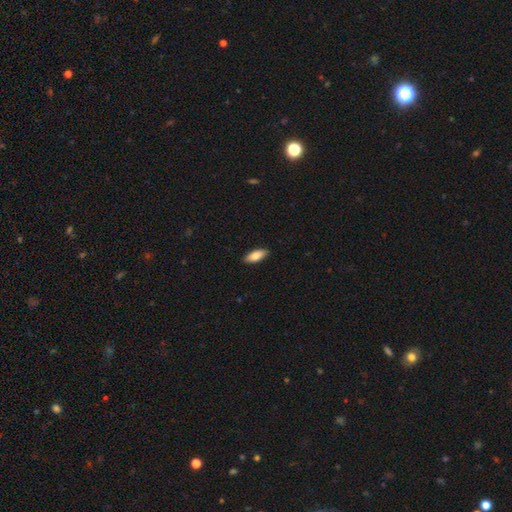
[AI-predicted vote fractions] A smooth galaxy with no disk features (83%) that is in between round and cigar-shaped (76%).

Vote fractions:
- Smooth or featured? smooth: 83% / featured or disk: 11% / star or artifact: 6%
- How rounded? in between: 76% / cigar-shaped: 22% / round: 2%
- Merging? none: 89% / minor disturbance: 8% / major disturbance: 2% / merger: 1%